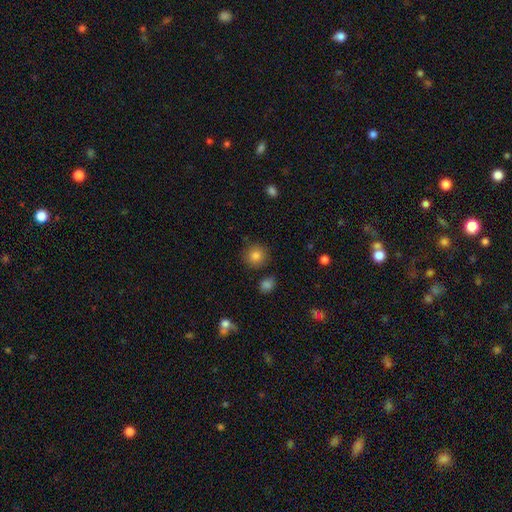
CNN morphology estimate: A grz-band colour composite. It shows a smooth galaxy with no disk features (83%) that is round (91%). Merging: none (87%).